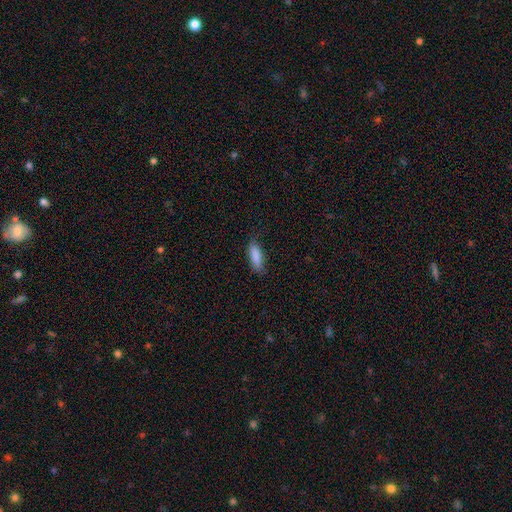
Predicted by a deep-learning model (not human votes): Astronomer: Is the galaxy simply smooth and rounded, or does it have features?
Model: smooth — 88%.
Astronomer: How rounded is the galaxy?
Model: in between — 58% (runner-up: cigar-shaped, 40%).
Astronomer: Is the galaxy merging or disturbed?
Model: none — 79%.